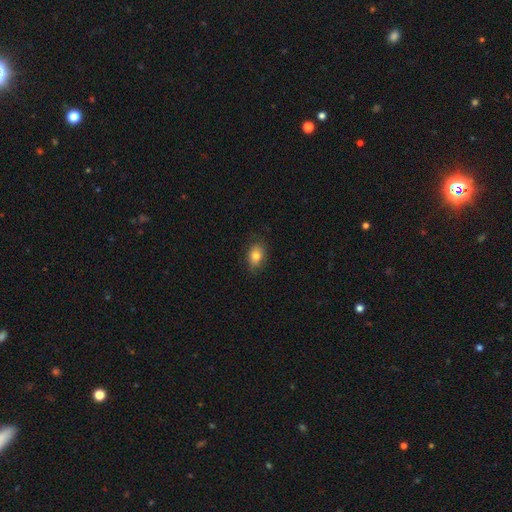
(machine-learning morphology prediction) Smooth or featured?
  - smooth: 81% *
  - featured or disk: 10%
  - star or artifact: 9%
How rounded?
  - in between: 81% *
  - round: 17%
  - cigar-shaped: 2%
Merging?
  - none: 81% *
  - minor disturbance: 15%
  - major disturbance: 3%
  - merger: 1%